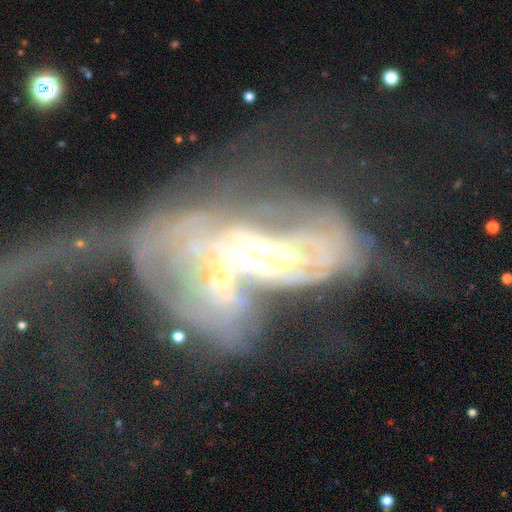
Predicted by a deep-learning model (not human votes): This is likely a featured or disk galaxy (72%). It is clearly not viewed edge-on (92%). Bar: likely no (69%). Spiral arm pattern: possibly no (56%). Central bulge: possibly moderate (56%). Merging: possibly merger (57%).